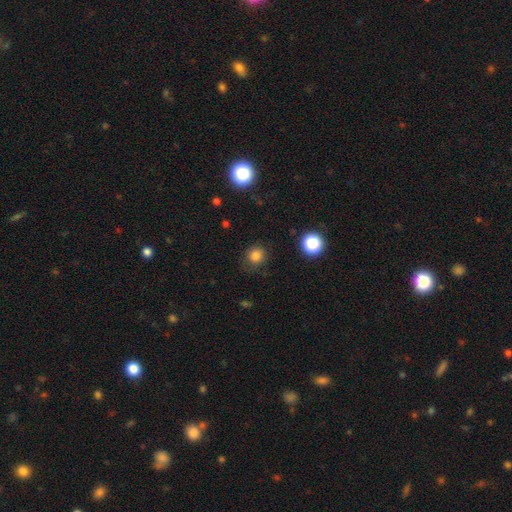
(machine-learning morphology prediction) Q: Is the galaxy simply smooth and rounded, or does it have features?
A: smooth — 81%.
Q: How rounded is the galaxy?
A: round — 89%.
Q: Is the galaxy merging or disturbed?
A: none — 82%.